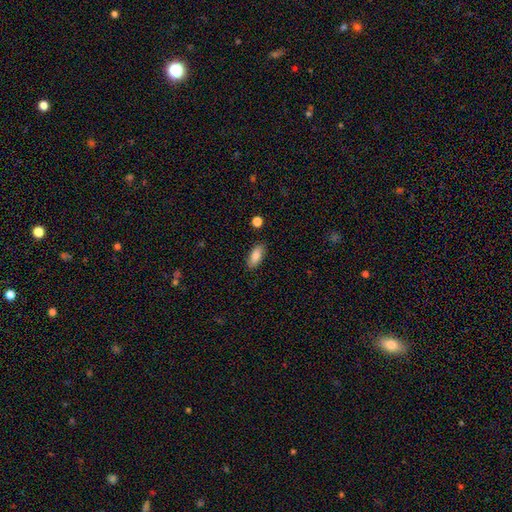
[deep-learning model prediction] Q: Smooth or featured?
A: smooth (84%); runner-up: featured or disk (9%)
Q: How rounded?
A: in between (87%); runner-up: cigar-shaped (11%)
Q: Merging?
A: none (85%); runner-up: minor disturbance (11%)